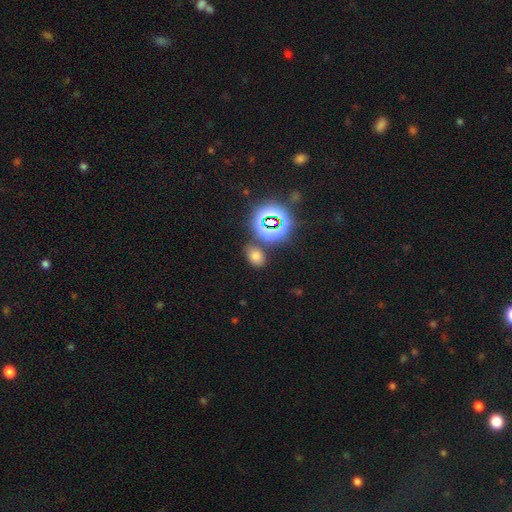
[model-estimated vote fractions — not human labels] This is likely a smooth galaxy (63%). How rounded: likely in between (75%). Merging: likely none (76%).